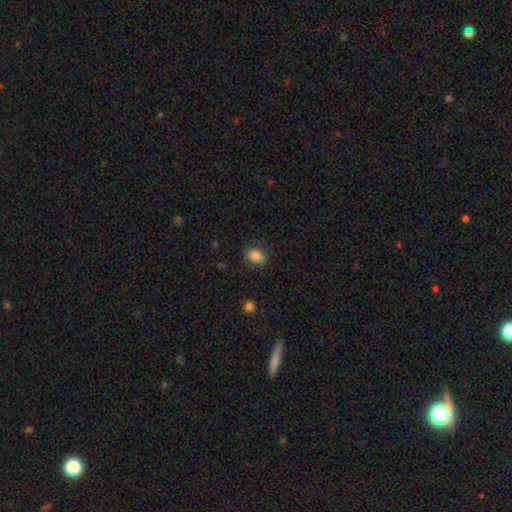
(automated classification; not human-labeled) smooth-or-featured: smooth: 82% | featured or disk: 10% | star or artifact: 8%
  how-rounded: in between: 86% | round: 13% | cigar-shaped: 2%
  merging: none: 74% | minor disturbance: 18% | major disturbance: 6% | merger: 1%